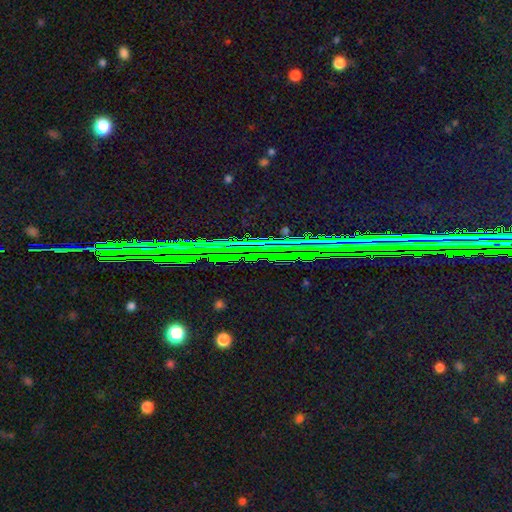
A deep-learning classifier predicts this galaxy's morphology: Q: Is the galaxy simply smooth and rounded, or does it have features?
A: star or artifact — 85%.